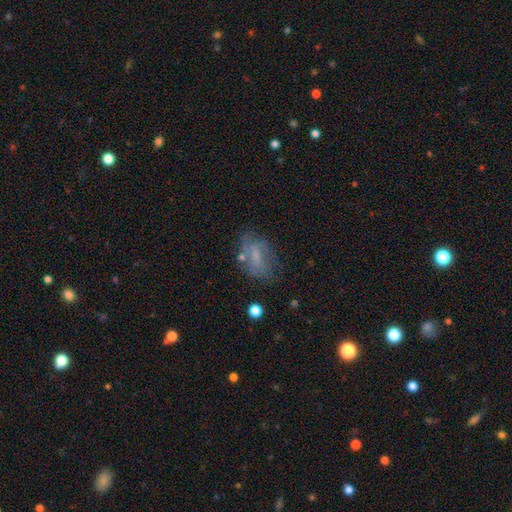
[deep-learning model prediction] Morphology: type=smooth (49%); merging=none (55%).